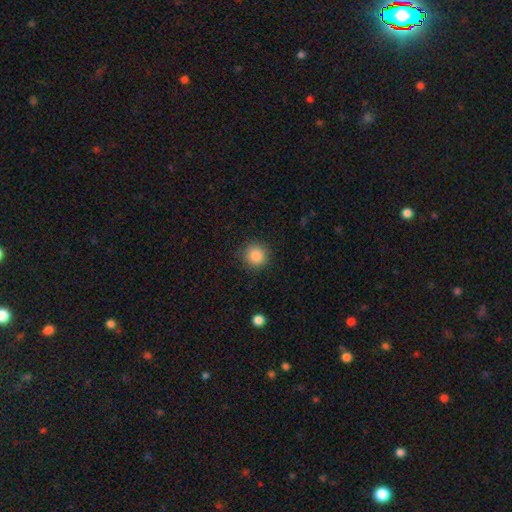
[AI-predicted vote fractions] This appears to be a smooth galaxy with no disk features (85%) that is round (93%). Merging: none (89%).